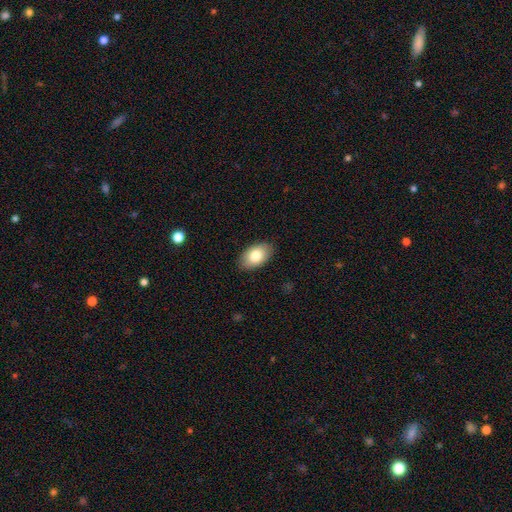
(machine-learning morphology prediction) smooth-or-featured: smooth: 81% | featured or disk: 12% | star or artifact: 7%
  how-rounded: in between: 93% | round: 5% | cigar-shaped: 1%
  merging: none: 88% | minor disturbance: 9% | major disturbance: 2% | merger: 1%